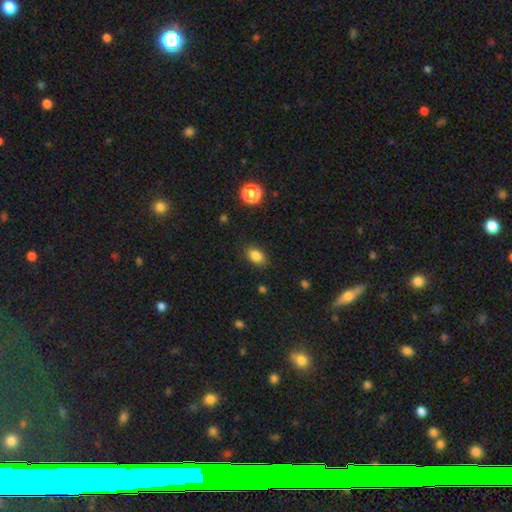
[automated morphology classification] type=smooth (85%); roundness=in between (83%); merging=none (86%).